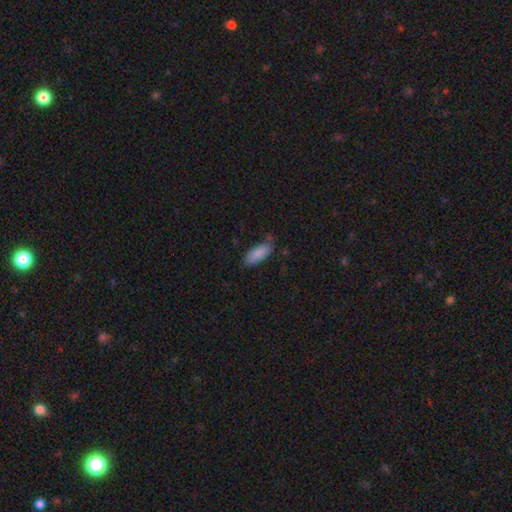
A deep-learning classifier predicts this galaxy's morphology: smooth_or_featured: smooth (p=0.84) [alt: featured or disk p=0.09]
how_rounded: in between (p=0.75) [alt: cigar-shaped p=0.23]
merging: none (p=0.71) [alt: minor disturbance p=0.22]